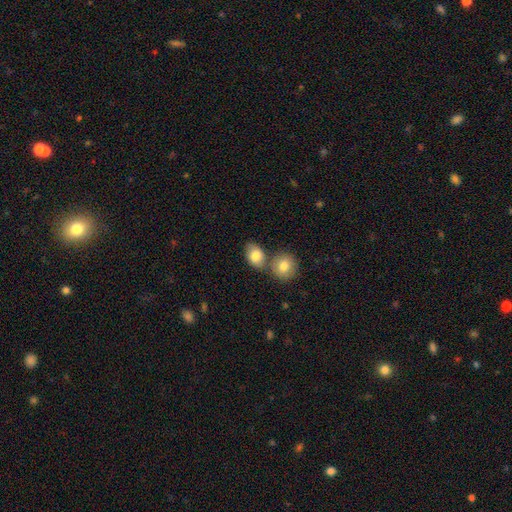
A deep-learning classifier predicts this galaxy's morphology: This is clearly a smooth galaxy (83%). How rounded: likely in between (65%). Merging: possibly none (51%).